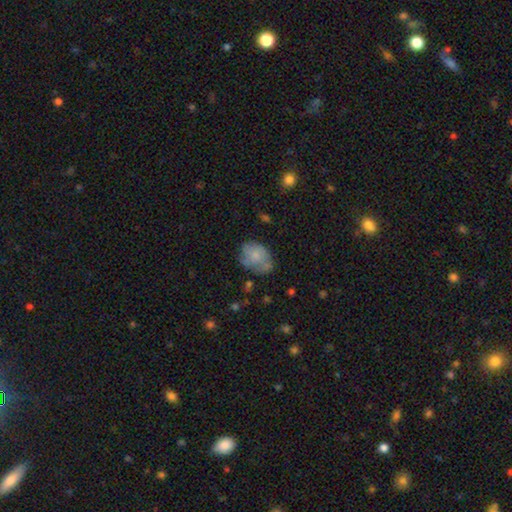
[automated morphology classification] smooth 64%, featured or disk 28%, star or artifact 8%. Down the decision tree: how rounded — in between (67%); merging — none (52%).